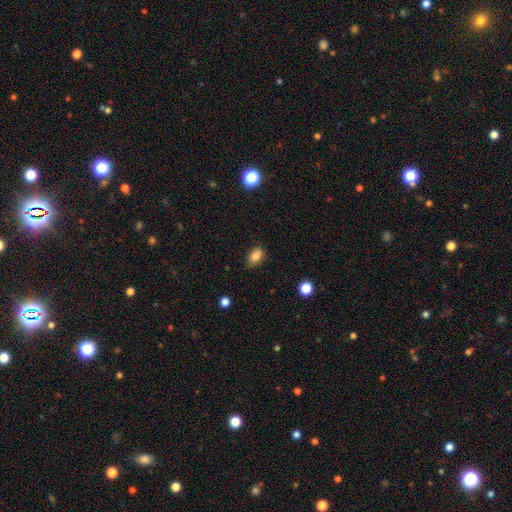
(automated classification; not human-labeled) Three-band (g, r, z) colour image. It shows a smooth galaxy with no disk features (84%) that is in between round and cigar-shaped (82%). Merging: none (78%).